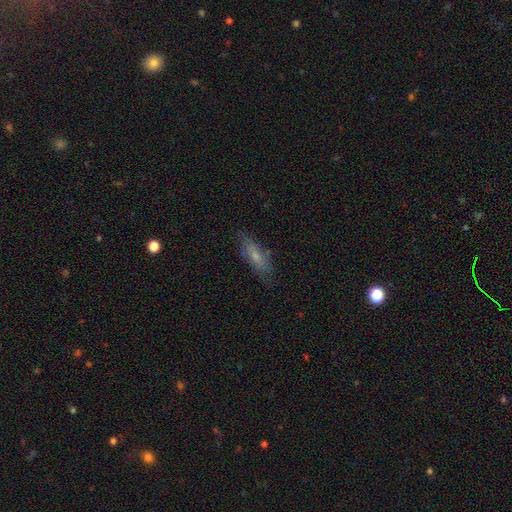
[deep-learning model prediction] Smooth or featured? smooth (59%)
How rounded? cigar-shaped (53%)
Merging? none (75%)